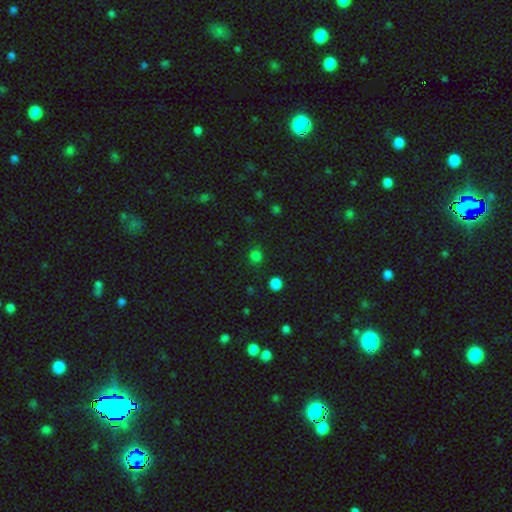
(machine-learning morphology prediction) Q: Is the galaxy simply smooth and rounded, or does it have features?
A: smooth — 76%.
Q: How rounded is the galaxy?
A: round — 83%.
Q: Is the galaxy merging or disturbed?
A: none — 83%.